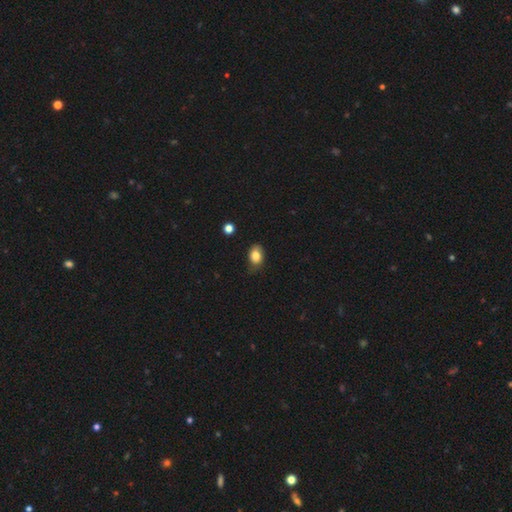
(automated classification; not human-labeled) Morphology: type=smooth (83%); roundness=in between (72%); merging=none (67%).